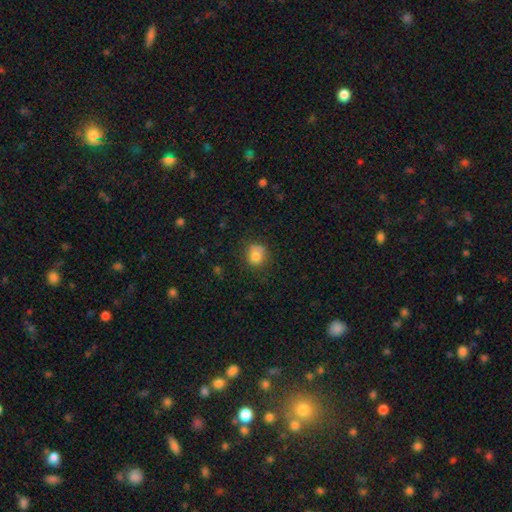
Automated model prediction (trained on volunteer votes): Q: Smooth or featured?
A: smooth (78%); runner-up: star or artifact (11%)
Q: How rounded?
A: round (79%); runner-up: in between (20%)
Q: Merging?
A: none (58%); runner-up: minor disturbance (23%)